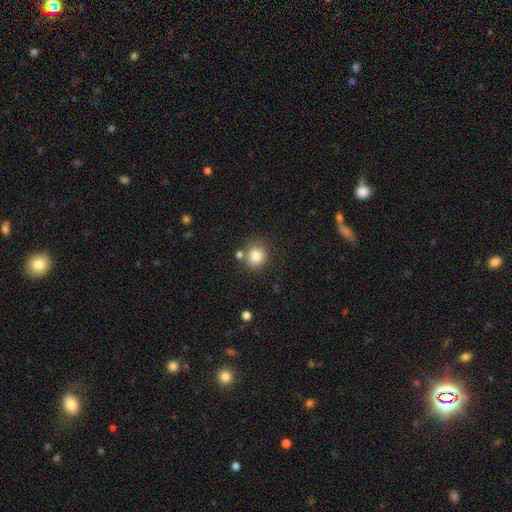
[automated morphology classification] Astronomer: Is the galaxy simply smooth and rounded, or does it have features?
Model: smooth — 83%.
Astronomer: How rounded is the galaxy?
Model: round — 81%.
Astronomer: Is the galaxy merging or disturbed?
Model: none — 73%.